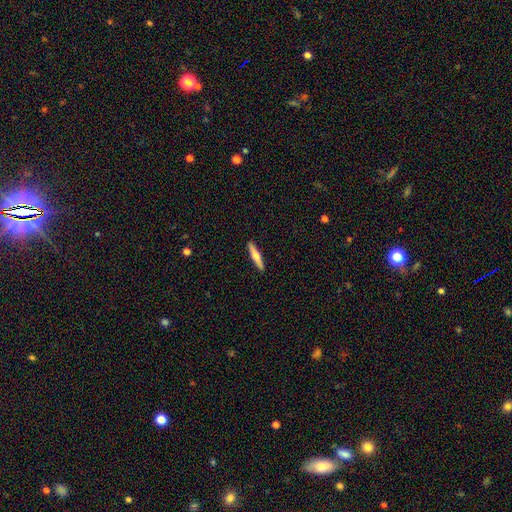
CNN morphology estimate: A featured or disk galaxy (48%).

Vote fractions:
- Smooth or featured? featured or disk: 48% / smooth: 47% / star or artifact: 5%
- Merging? none: 92% / minor disturbance: 6% / major disturbance: 1% / merger: 1%